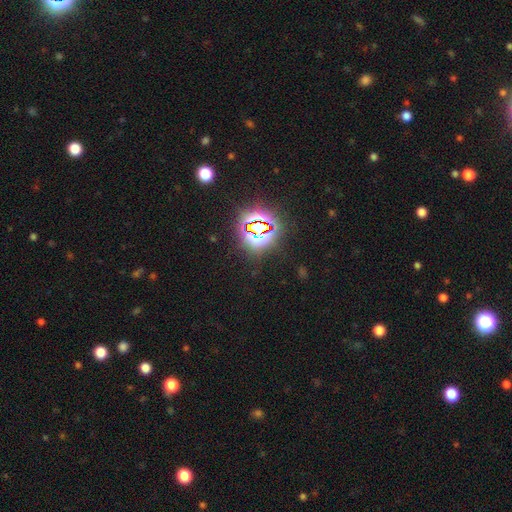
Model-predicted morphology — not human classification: Q: Smooth or featured?
A: star or artifact (82%); runner-up: smooth (12%)